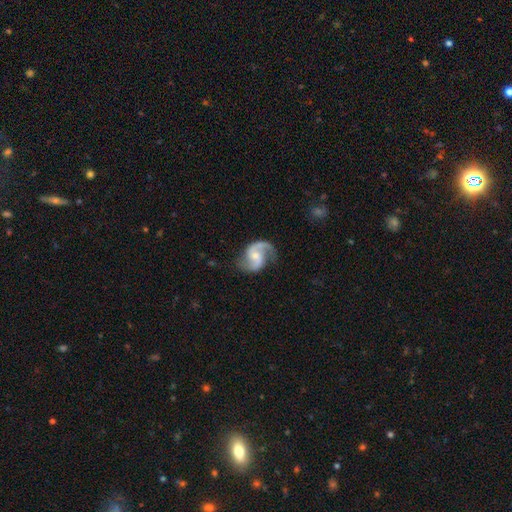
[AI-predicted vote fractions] Smooth or featured? Predicted: featured or disk (p=0.89). Edge-on disk? Predicted: no (p=0.98). Bar? Predicted: weak (p=0.45). Spiral arms? Predicted: yes (p=0.97). Spiral winding? Predicted: medium (p=0.49). Spiral arm count? Predicted: 2 (p=0.89). Bulge size? Predicted: small (p=0.49). Merging? Predicted: none (p=0.71).